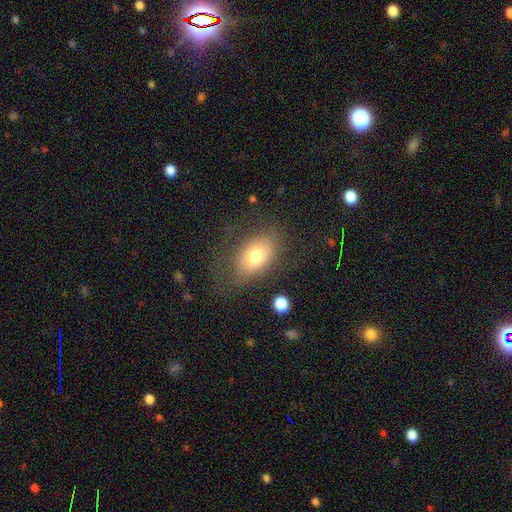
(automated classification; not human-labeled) smooth_or_featured: smooth (p=0.72) [alt: featured or disk p=0.18]
how_rounded: in between (p=0.87) [alt: round p=0.12]
merging: none (p=0.72) [alt: minor disturbance p=0.17]